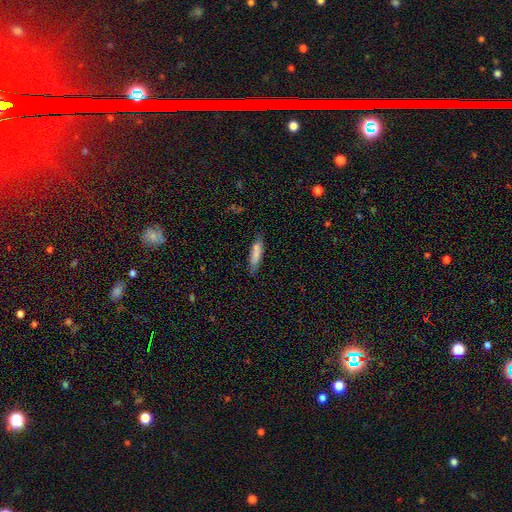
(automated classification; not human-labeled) Smooth or featured: smooth — 78% (featured or disk — 14%)
How rounded: cigar-shaped — 71% (in between — 27%)
Merging: none — 74% (minor disturbance — 18%)